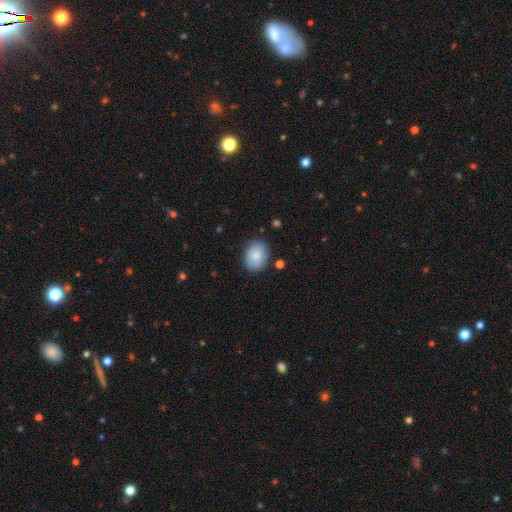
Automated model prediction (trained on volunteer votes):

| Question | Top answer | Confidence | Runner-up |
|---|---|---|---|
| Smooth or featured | smooth | 83% | featured or disk (10%) |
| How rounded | in between | 60% | round (39%) |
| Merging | none | 81% | minor disturbance (14%) |